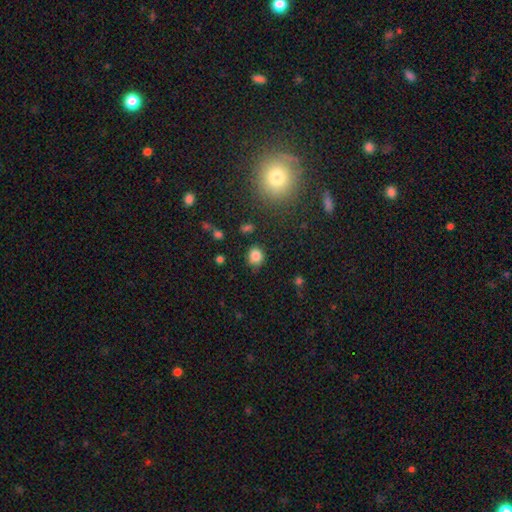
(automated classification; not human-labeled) smooth-or-featured: smooth: 83% | star or artifact: 12% | featured or disk: 5%
  how-rounded: round: 70% | in between: 29% | cigar-shaped: 1%
  merging: none: 80% | minor disturbance: 14% | major disturbance: 3% | merger: 3%